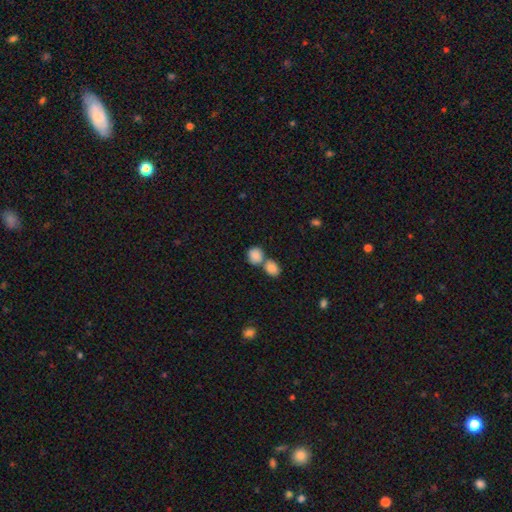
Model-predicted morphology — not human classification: smooth 86%, star or artifact 7%, featured or disk 6%. Down the decision tree: how rounded — round (68%); merging — merger (55%).